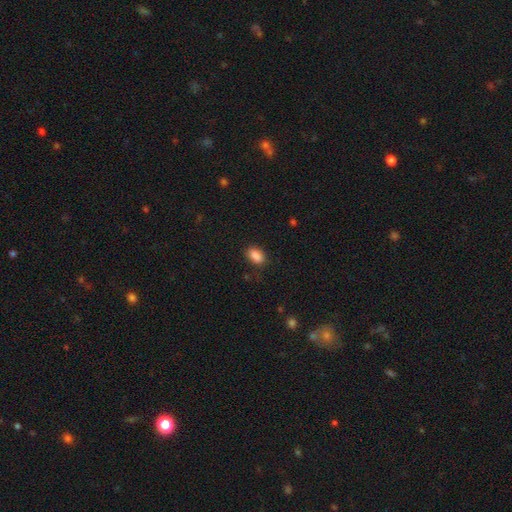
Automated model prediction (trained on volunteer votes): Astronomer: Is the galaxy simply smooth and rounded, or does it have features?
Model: smooth — 87%.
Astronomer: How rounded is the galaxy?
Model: in between — 88%.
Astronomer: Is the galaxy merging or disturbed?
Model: none — 80%.